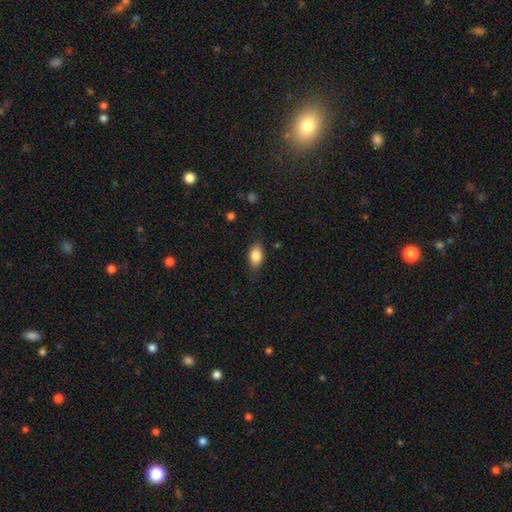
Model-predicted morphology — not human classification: Smooth or featured? smooth (83%)
How rounded? in between (86%)
Merging? none (76%)